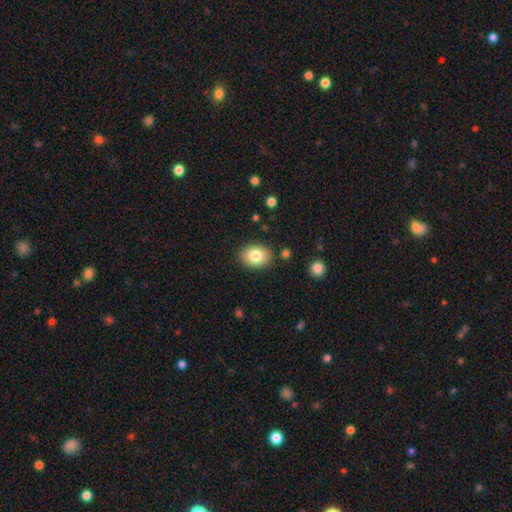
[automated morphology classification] A smooth galaxy with no disk features (83%) that is in between round and cigar-shaped (72%).

Vote fractions:
- Smooth or featured? smooth: 83% / featured or disk: 9% / star or artifact: 8%
- How rounded? in between: 72% / round: 27% / cigar-shaped: 1%
- Merging? none: 86% / minor disturbance: 9% / major disturbance: 2% / merger: 2%